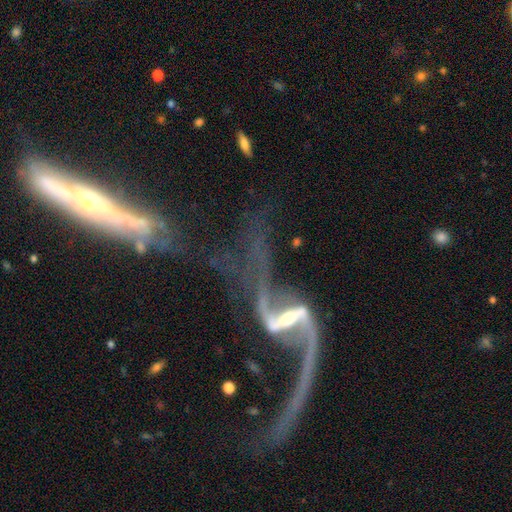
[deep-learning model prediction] featured or disk 86%, star or artifact 8%, smooth 6%. Down the decision tree: edge-on disk — no (87%); bar — weak (37%); spiral arms — yes (89%); spiral arm count — 2 (87%); spiral winding — loose (88%); bulge size — small (53%); merging — merger (35%).